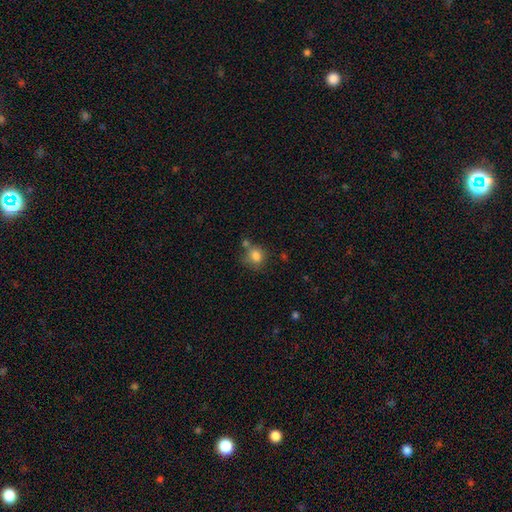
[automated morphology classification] Smooth or featured?
  - smooth: 81% *
  - star or artifact: 11%
  - featured or disk: 8%
How rounded?
  - round: 77% *
  - in between: 22%
  - cigar-shaped: 1%
Merging?
  - none: 63% *
  - minor disturbance: 17%
  - merger: 15%
  - major disturbance: 5%